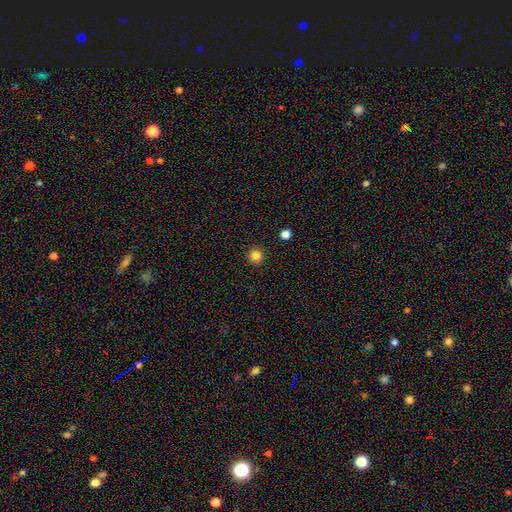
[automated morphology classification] This is clearly a smooth galaxy (83%). How rounded: clearly round (95%). Merging: clearly none (92%).